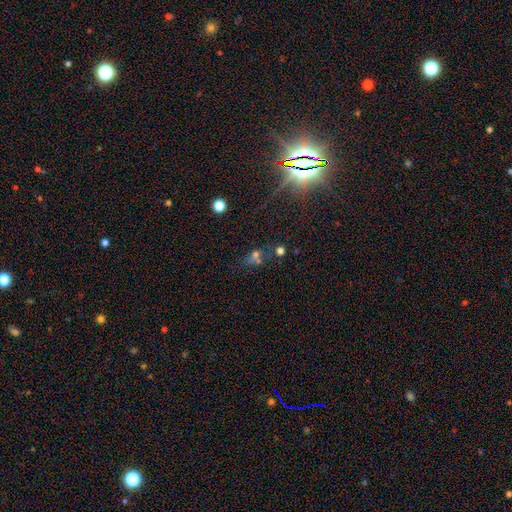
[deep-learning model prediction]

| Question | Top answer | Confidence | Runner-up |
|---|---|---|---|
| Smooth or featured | smooth | 48% | star or artifact (34%) |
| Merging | none | 47% | merger (29%) |